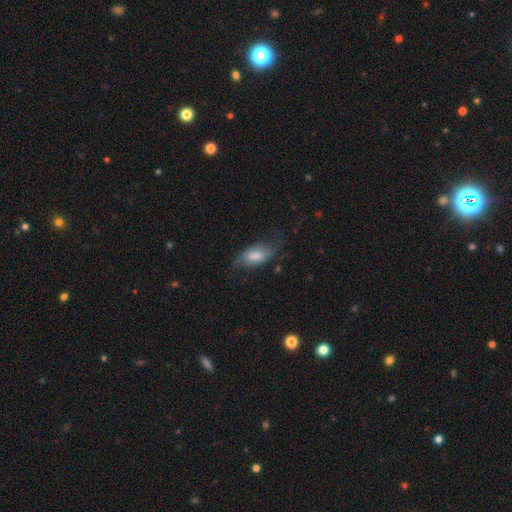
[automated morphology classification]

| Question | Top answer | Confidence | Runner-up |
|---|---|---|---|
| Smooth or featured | smooth | 59% | featured or disk (33%) |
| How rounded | in between | 84% | cigar-shaped (11%) |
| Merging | none | 54% | minor disturbance (27%) |